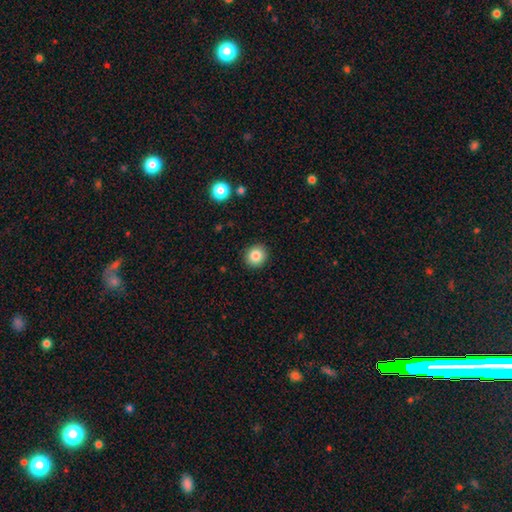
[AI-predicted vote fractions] Smooth or featured? Predicted: smooth (p=0.85). How rounded? Predicted: round (p=0.90). Merging? Predicted: none (p=0.91).